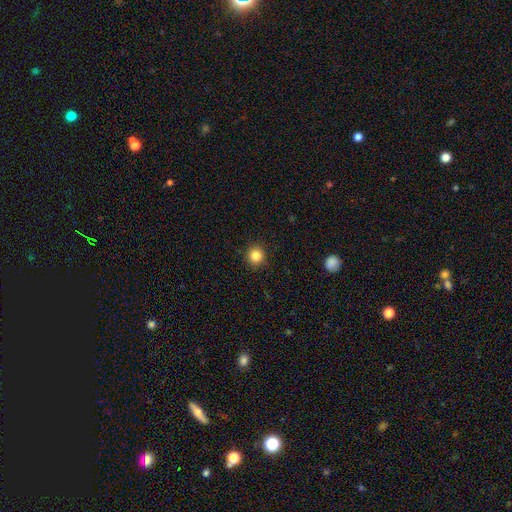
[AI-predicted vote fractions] A smooth galaxy with no disk features (85%) that is round (92%).

Vote fractions:
- Smooth or featured? smooth: 85% / star or artifact: 11% / featured or disk: 4%
- How rounded? round: 92% / in between: 7% / cigar-shaped: 1%
- Merging? none: 91% / minor disturbance: 6% / major disturbance: 2% / merger: 1%